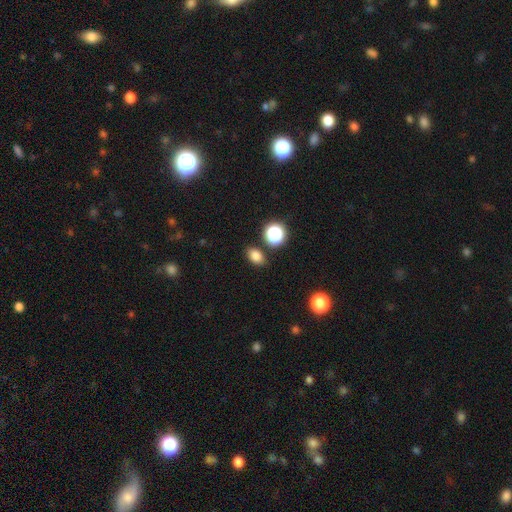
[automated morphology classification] A smooth galaxy with no disk features (80%) that is in between round and cigar-shaped (75%).

Vote fractions:
- Smooth or featured? smooth: 80% / star or artifact: 14% / featured or disk: 6%
- How rounded? in between: 75% / round: 24% / cigar-shaped: 1%
- Merging? none: 83% / minor disturbance: 10% / merger: 5% / major disturbance: 3%